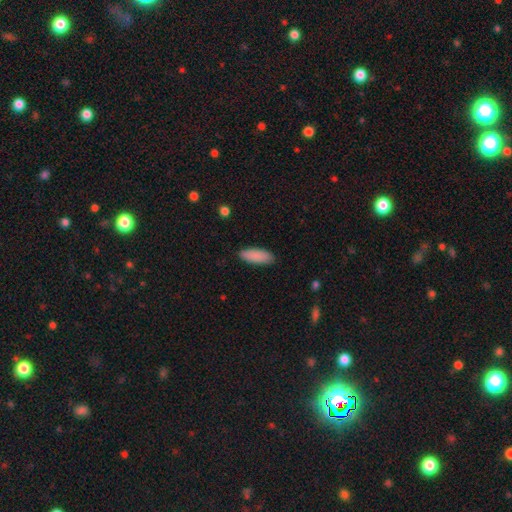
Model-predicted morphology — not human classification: Smooth or featured? smooth (89%)
How rounded? in between (70%)
Merging? none (87%)